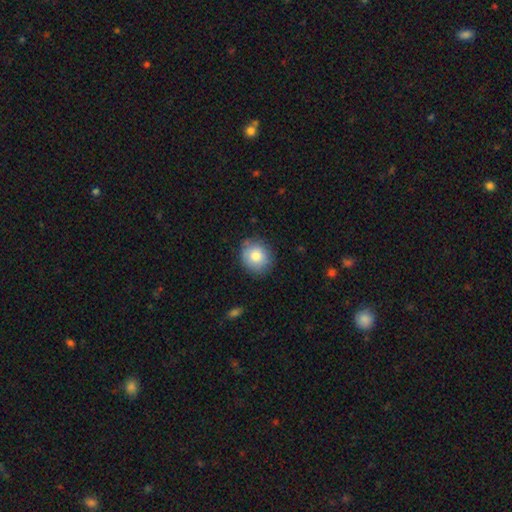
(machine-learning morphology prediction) The model was most divided on "how rounded": round: 82%, in between: 17%, cigar-shaped: 1%. More confident: merging — none (82%); smooth or featured — smooth (80%).